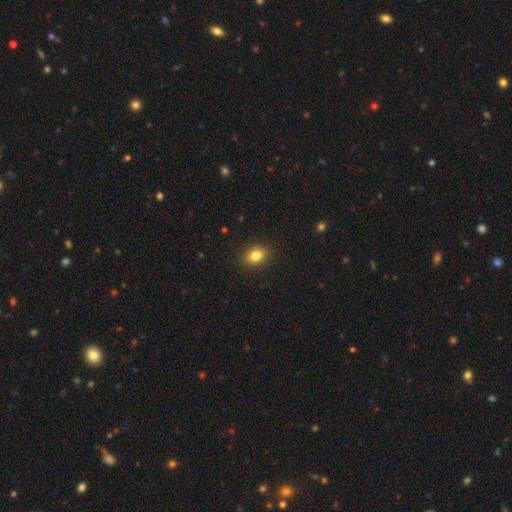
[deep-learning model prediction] Morphology: type=smooth (83%); roundness=in between (73%); merging=none (89%).